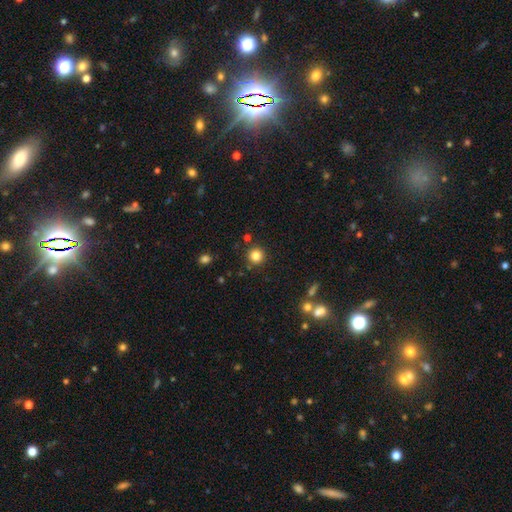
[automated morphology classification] Smooth or featured? smooth (82%)
How rounded? round (94%)
Merging? none (88%)